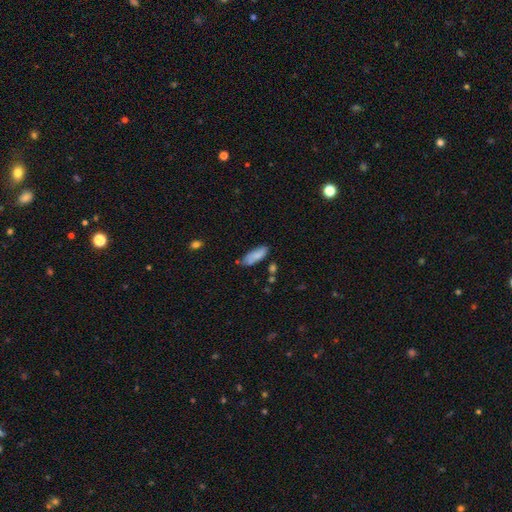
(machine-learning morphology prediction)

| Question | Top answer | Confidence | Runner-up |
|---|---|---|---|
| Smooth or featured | smooth | 79% | featured or disk (14%) |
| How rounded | in between | 67% | cigar-shaped (32%) |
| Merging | none | 61% | minor disturbance (25%) |